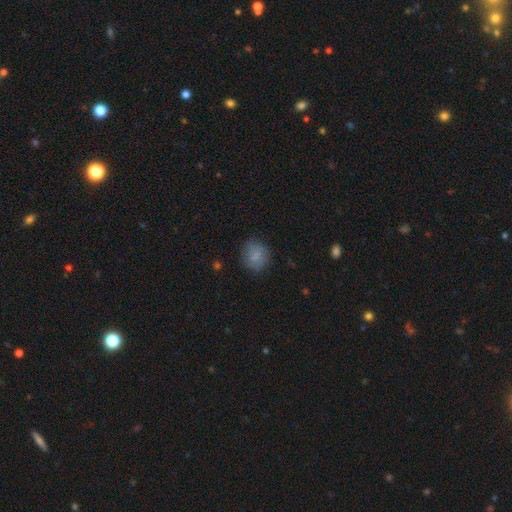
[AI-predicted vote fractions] Morphology: type=smooth (80%); roundness=round (78%); merging=none (78%).